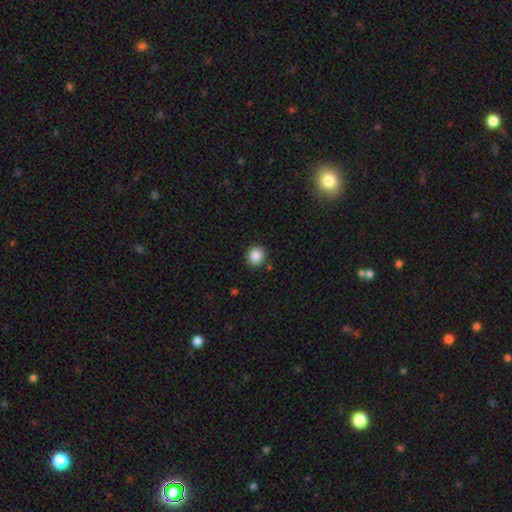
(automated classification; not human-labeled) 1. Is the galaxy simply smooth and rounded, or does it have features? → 87% smooth, 10% star or artifact, 4% featured or disk.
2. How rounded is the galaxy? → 84% round, 15% in between, 1% cigar-shaped.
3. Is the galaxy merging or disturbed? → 89% none, 7% minor disturbance, 2% merger, 2% major disturbance.